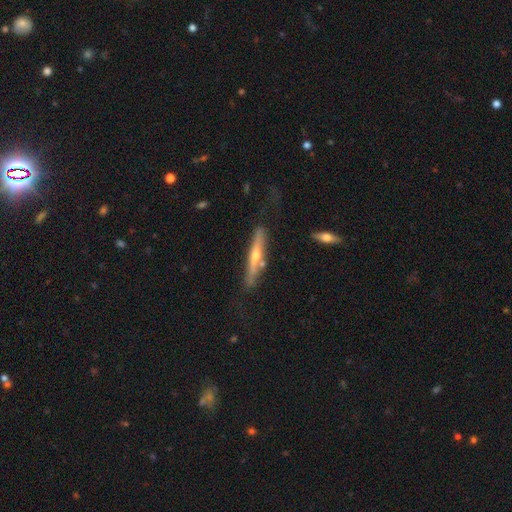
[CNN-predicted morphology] Smooth or featured? featured or disk (66%)
Edge-on disk? yes (89%)
Edge-on bulge? rounded (82%)
Merging? none (69%)